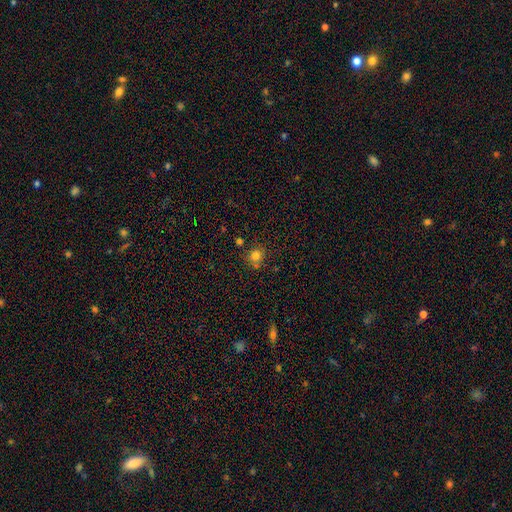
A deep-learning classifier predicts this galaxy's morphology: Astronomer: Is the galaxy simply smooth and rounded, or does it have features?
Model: smooth — 78%.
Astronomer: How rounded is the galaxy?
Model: round — 83%.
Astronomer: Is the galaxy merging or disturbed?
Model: none — 71%.